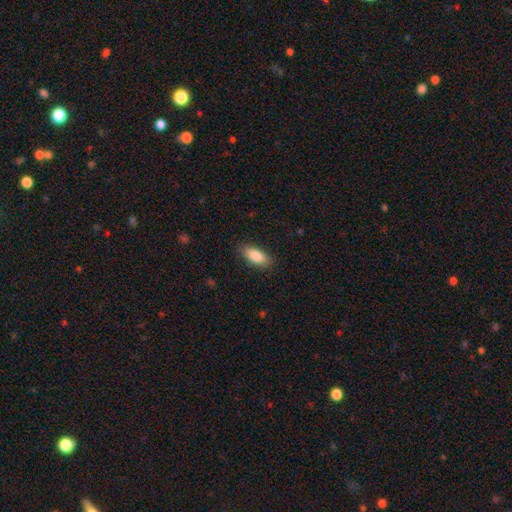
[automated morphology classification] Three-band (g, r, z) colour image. It shows a smooth galaxy with no disk features (87%) that is in between round and cigar-shaped (87%). Merging: none (86%).